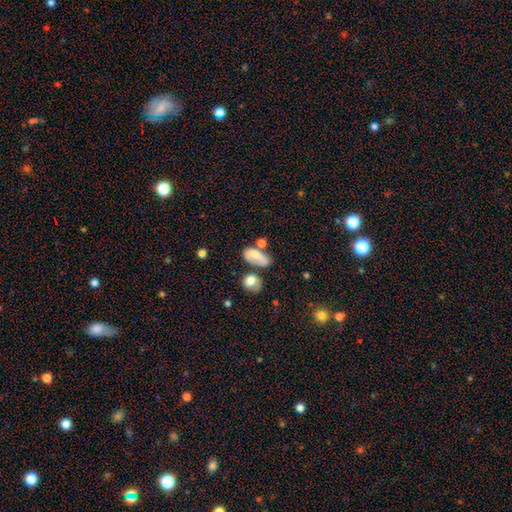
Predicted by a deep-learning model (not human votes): Smooth or featured: smooth — 66% (featured or disk — 25%)
How rounded: in between — 82% (round — 9%)
Merging: none — 38% (merger — 24%)